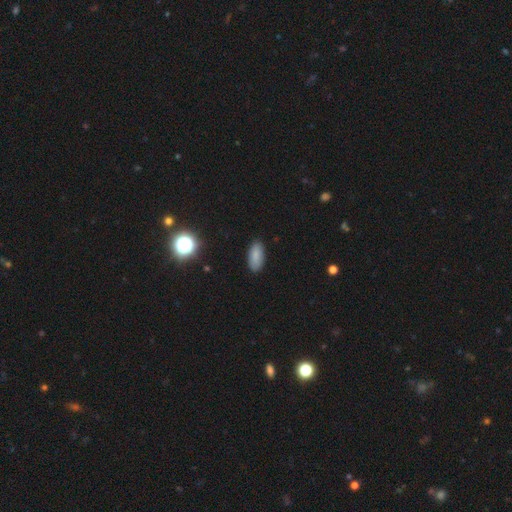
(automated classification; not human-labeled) A smooth galaxy with no disk features (84%) that is in between round and cigar-shaped (89%).

Vote fractions:
- Smooth or featured? smooth: 84% / star or artifact: 10% / featured or disk: 6%
- How rounded? in between: 89% / cigar-shaped: 9% / round: 2%
- Merging? none: 87% / minor disturbance: 10% / major disturbance: 2% / merger: 1%